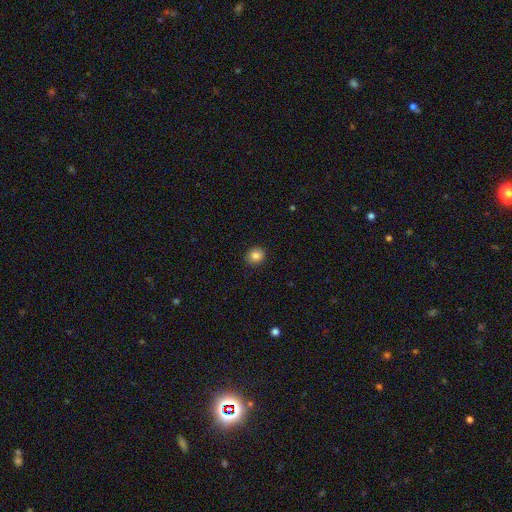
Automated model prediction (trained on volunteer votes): smooth 84%, star or artifact 10%, featured or disk 5%. Down the decision tree: how rounded — round (85%); merging — none (92%).